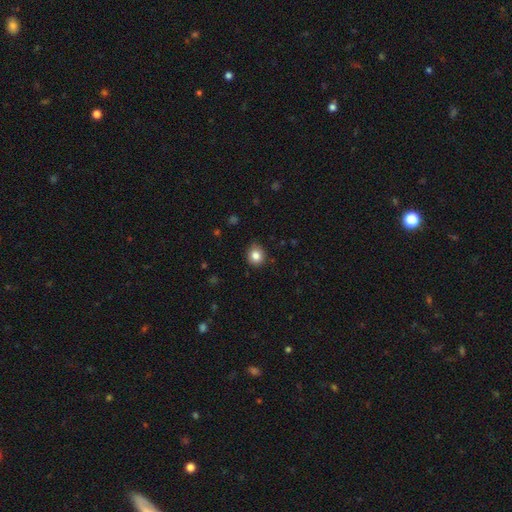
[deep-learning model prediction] Morphology: type=smooth (83%); roundness=round (82%); merging=none (84%).